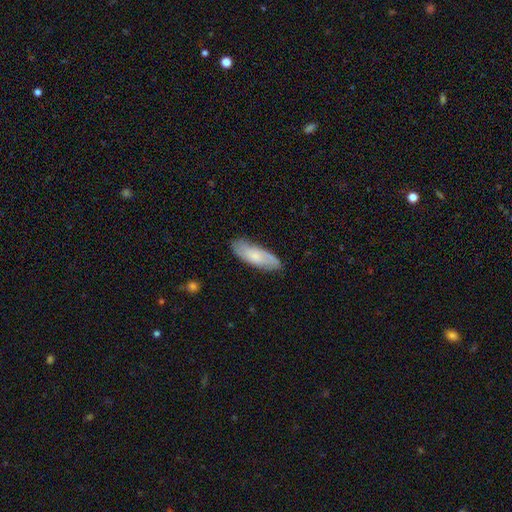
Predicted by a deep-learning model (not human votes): Smooth or featured? smooth (57%)
How rounded? in between (64%)
Merging? none (79%)